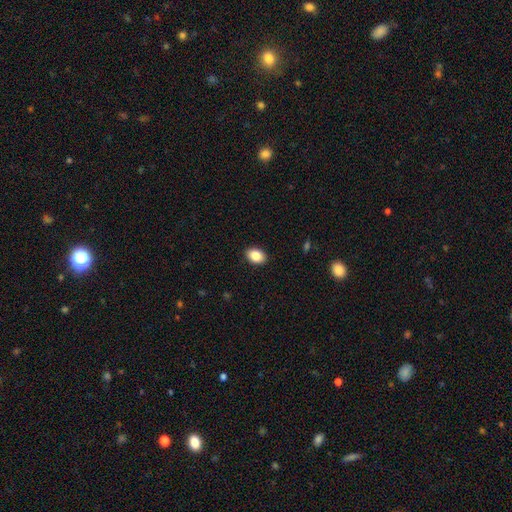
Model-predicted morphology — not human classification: The model was most divided on "how rounded": in between: 80%, round: 19%, cigar-shaped: 1%. More confident: merging — none (90%); smooth or featured — smooth (87%).